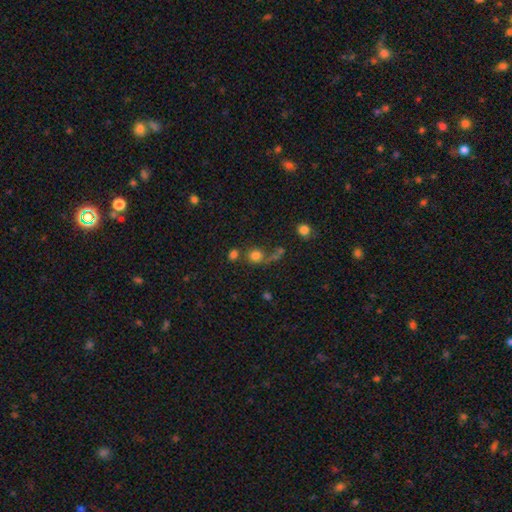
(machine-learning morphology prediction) smooth-or-featured: smooth: 76% | star or artifact: 15% | featured or disk: 9%
  how-rounded: round: 86% | in between: 13% | cigar-shaped: 1%
  merging: none: 54% | merger: 25% | minor disturbance: 11% | major disturbance: 10%